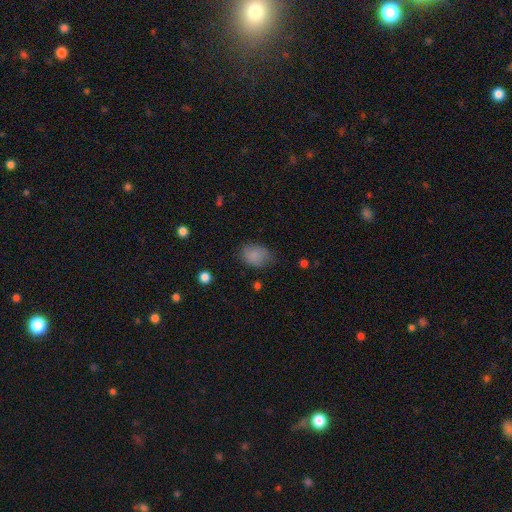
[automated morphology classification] Smooth or featured: smooth — 82% (star or artifact — 10%)
How rounded: in between — 69% (round — 30%)
Merging: none — 66% (minor disturbance — 25%)